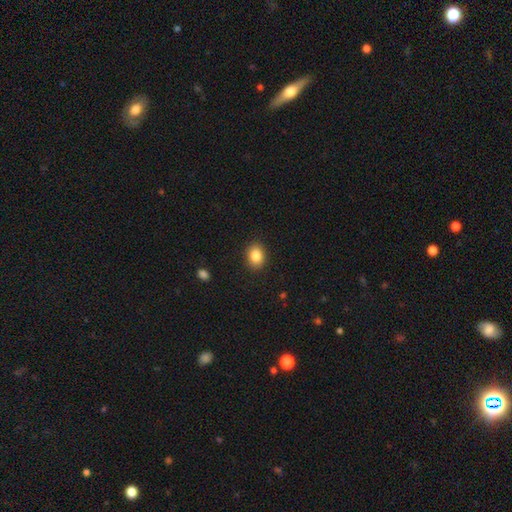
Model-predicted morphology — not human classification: Q: Smooth or featured?
A: smooth (85%); runner-up: star or artifact (9%)
Q: How rounded?
A: in between (61%); runner-up: round (38%)
Q: Merging?
A: none (89%); runner-up: minor disturbance (8%)